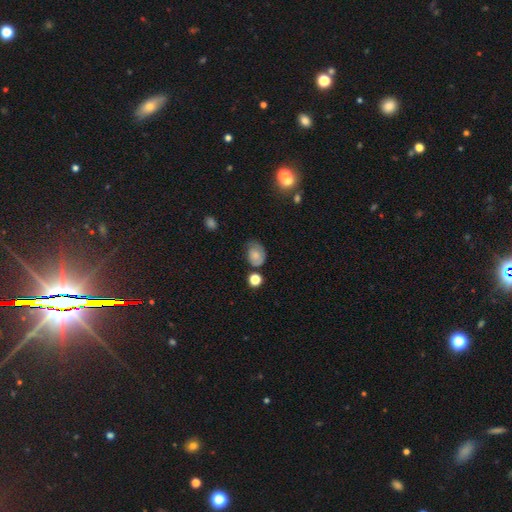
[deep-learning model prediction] smooth-or-featured: smooth: 70% | featured or disk: 19% | star or artifact: 11%
  how-rounded: in between: 66% | round: 33% | cigar-shaped: 1%
  merging: none: 50% | minor disturbance: 32% | major disturbance: 11% | merger: 6%